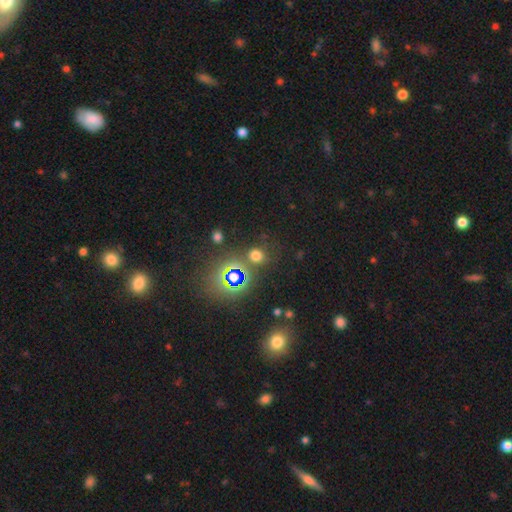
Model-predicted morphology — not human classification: Overall: smooth (58%; star or artifact 36%). How rounded: round (81%). Merging: none (77%).